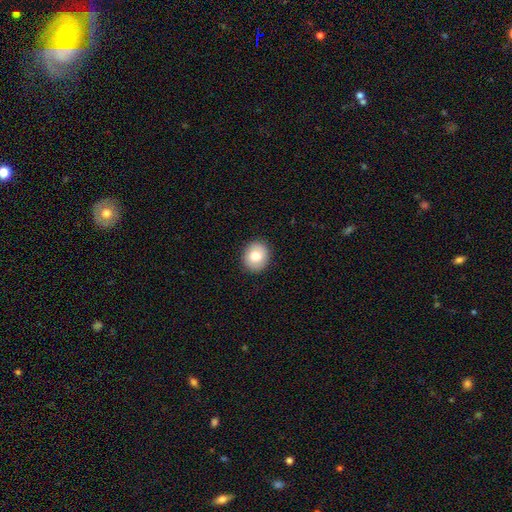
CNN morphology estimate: Q: Smooth or featured?
A: smooth (78%); runner-up: featured or disk (13%)
Q: How rounded?
A: round (75%); runner-up: in between (25%)
Q: Merging?
A: none (91%); runner-up: minor disturbance (6%)